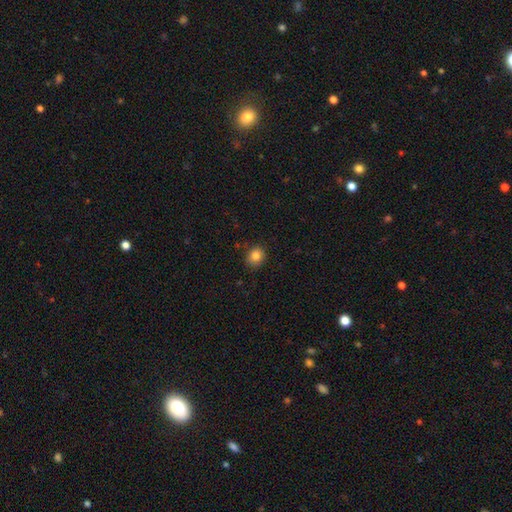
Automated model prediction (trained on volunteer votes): Smooth or featured?
  - smooth: 83% *
  - star or artifact: 11%
  - featured or disk: 6%
How rounded?
  - round: 71% *
  - in between: 28%
  - cigar-shaped: 1%
Merging?
  - none: 87% *
  - minor disturbance: 9%
  - major disturbance: 2%
  - merger: 1%